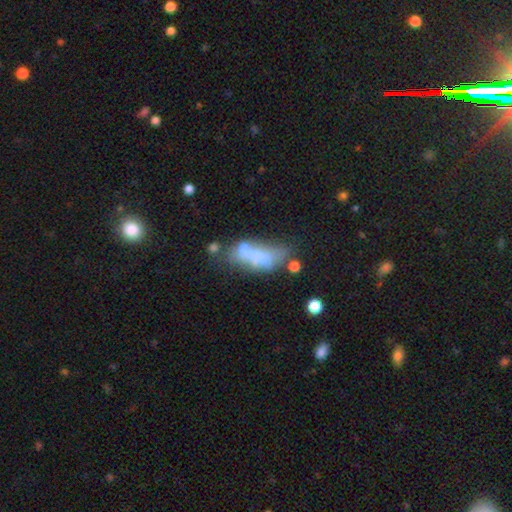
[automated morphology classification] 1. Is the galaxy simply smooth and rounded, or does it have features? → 50% smooth, 40% featured or disk, 11% star or artifact.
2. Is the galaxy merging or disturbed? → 35% merger, 24% none, 22% major disturbance, 20% minor disturbance.